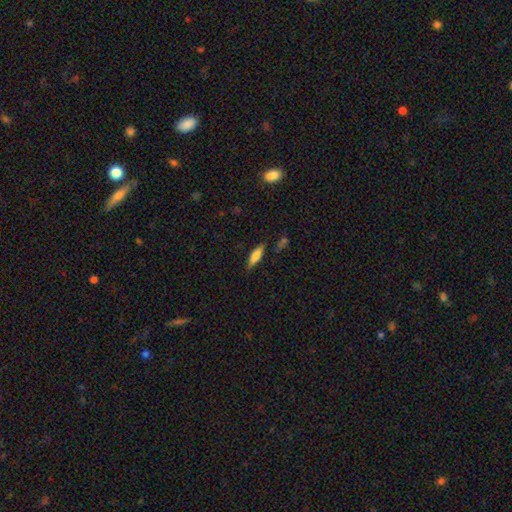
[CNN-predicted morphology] This is likely a smooth galaxy (75%). How rounded: possibly in between (50%). Merging: likely none (78%).